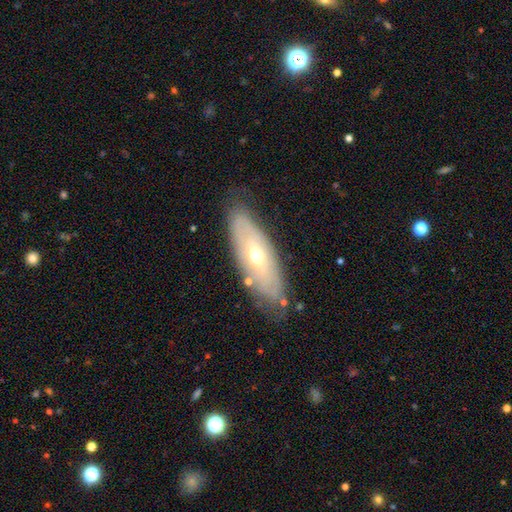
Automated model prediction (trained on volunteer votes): Smooth or featured? Predicted: featured or disk (p=0.61). Edge-on disk? Predicted: no (p=0.73). Merging? Predicted: none (p=0.79).